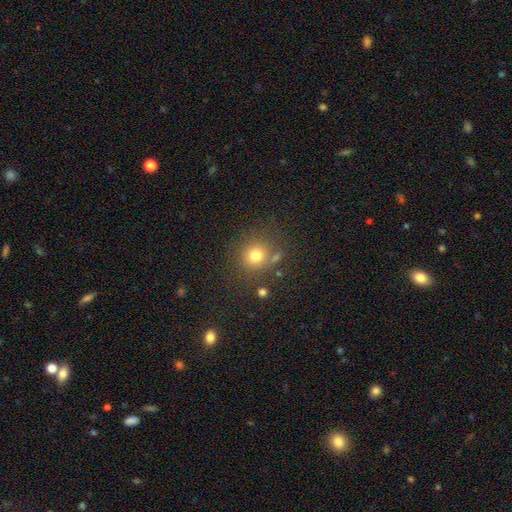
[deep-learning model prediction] A smooth galaxy with no disk features (76%) that is round (88%). Merging: none (75%).